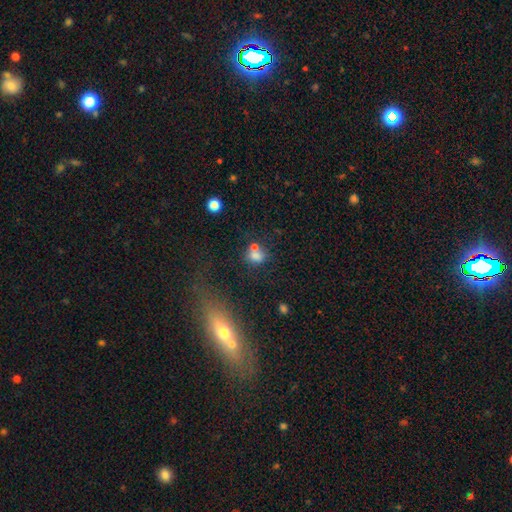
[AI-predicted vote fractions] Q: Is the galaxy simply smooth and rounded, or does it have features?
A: smooth — 71%.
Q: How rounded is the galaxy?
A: round — 57%.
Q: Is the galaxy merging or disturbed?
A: none — 45%.